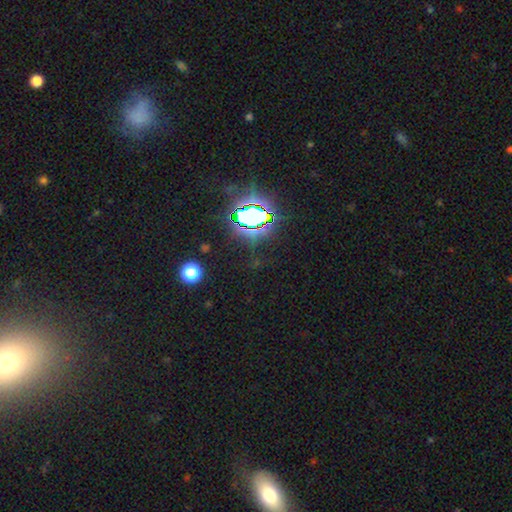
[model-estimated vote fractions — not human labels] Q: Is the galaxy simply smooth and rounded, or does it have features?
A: star or artifact — 80%.